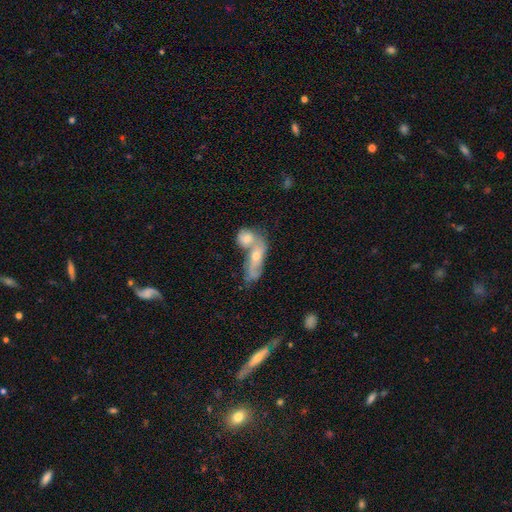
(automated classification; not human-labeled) Smooth or featured?
  - featured or disk: 54% *
  - smooth: 35%
  - star or artifact: 11%
Edge-on disk?
  - no: 83% *
  - yes: 17%
Merging?
  - merger: 59% *
  - none: 25%
  - minor disturbance: 9%
  - major disturbance: 6%